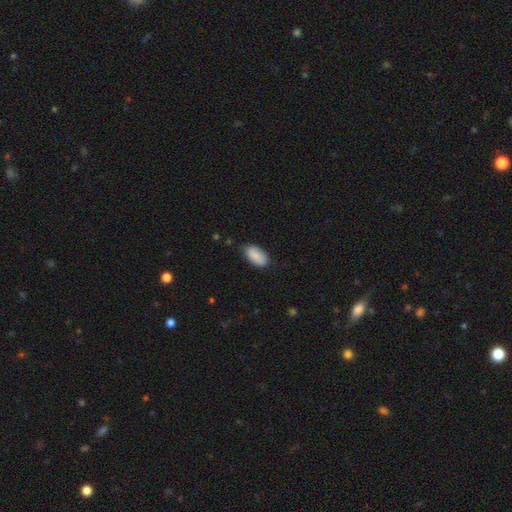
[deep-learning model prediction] This is clearly a smooth galaxy (87%). How rounded: clearly in between (94%). Merging: likely none (74%).